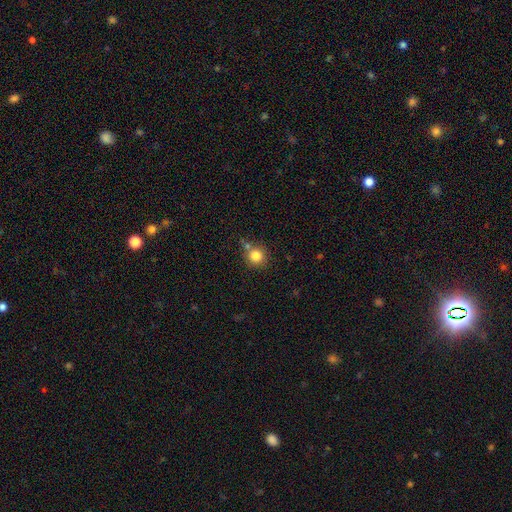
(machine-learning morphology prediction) type=smooth (82%); roundness=round (91%); merging=none (68%).